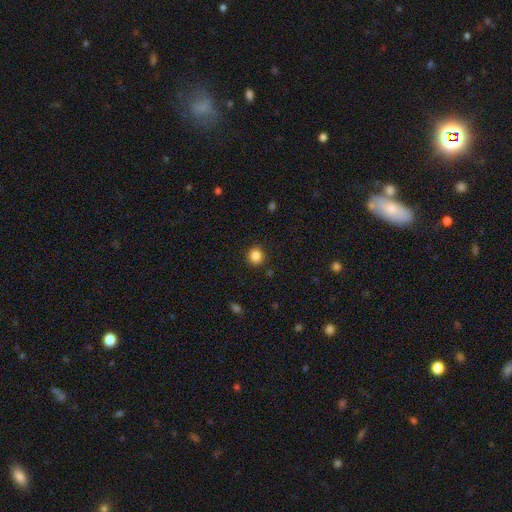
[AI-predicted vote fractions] Q: Smooth or featured?
A: smooth (86%); runner-up: star or artifact (11%)
Q: How rounded?
A: round (88%); runner-up: in between (11%)
Q: Merging?
A: none (90%); runner-up: minor disturbance (7%)